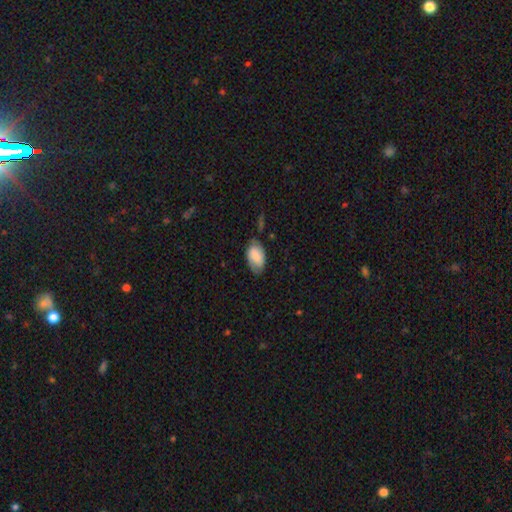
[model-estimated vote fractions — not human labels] Smooth or featured? smooth (72%)
How rounded? in between (93%)
Merging? none (63%)